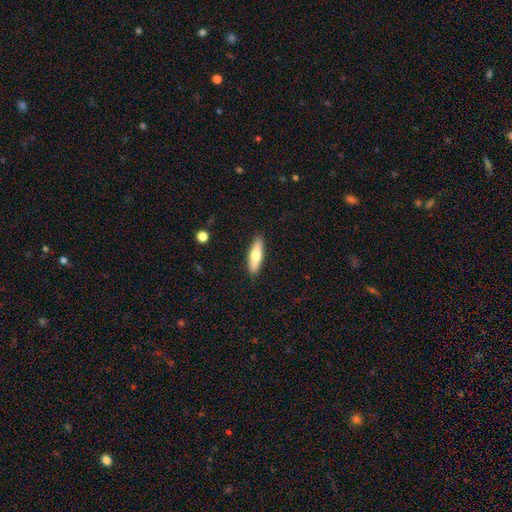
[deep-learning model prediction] smooth_or_featured: smooth (p=0.64) [alt: featured or disk p=0.31]
how_rounded: cigar-shaped (p=0.61) [alt: in between p=0.37]
merging: none (p=0.90) [alt: minor disturbance p=0.07]